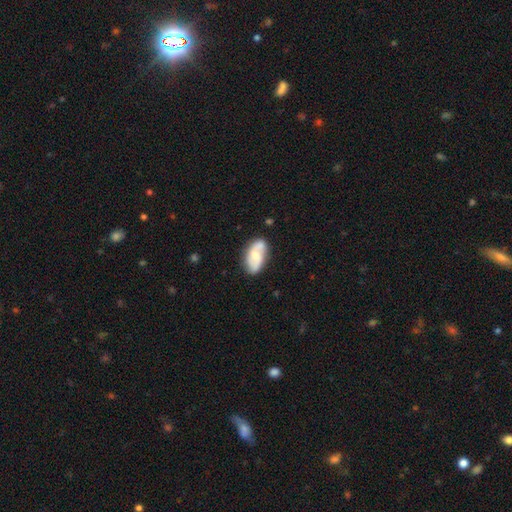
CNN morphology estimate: This is possibly a featured or disk galaxy (58%). It is clearly not viewed edge-on (95%). Bar: possibly no (56%). Spiral arm pattern: clearly yes (85%). Central bulge: possibly moderate (50%). Merging: likely none (70%).